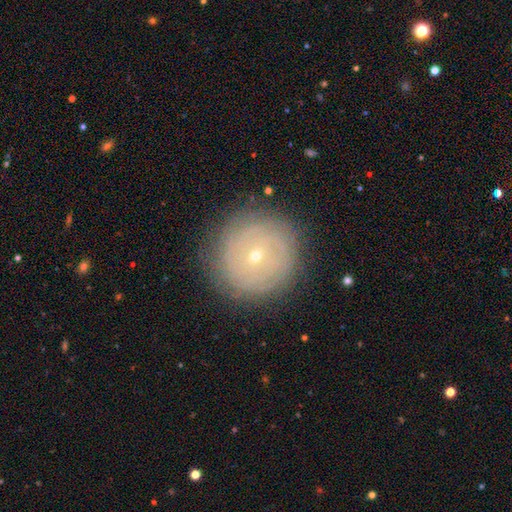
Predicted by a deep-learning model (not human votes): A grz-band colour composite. It shows a featured or disk galaxy (68%) with no bar (66%), tight (85%) spiral arms (81%) and a small central bulge (77%). Merging: none (85%).